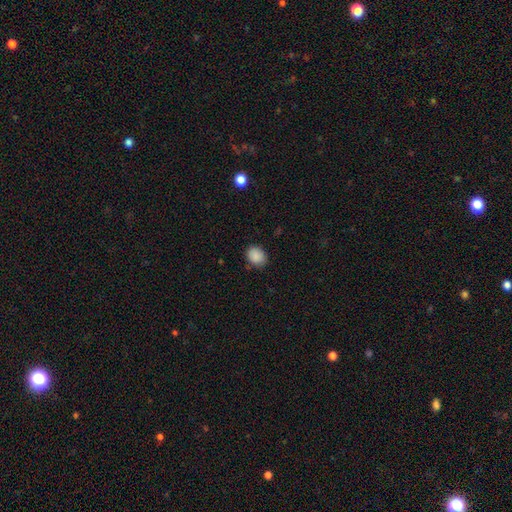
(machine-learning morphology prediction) smooth-or-featured: smooth: 88% | star or artifact: 8% | featured or disk: 3%
  how-rounded: in between: 52% | round: 47% | cigar-shaped: 1%
  merging: none: 81% | minor disturbance: 15% | major disturbance: 3% | merger: 1%